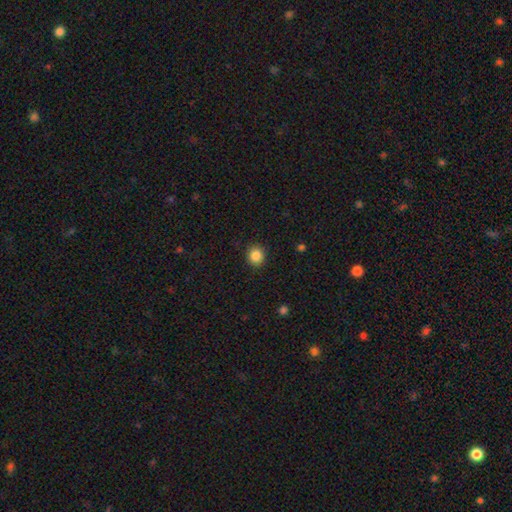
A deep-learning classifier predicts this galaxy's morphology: Smooth or featured? Predicted: smooth (p=0.86). How rounded? Predicted: round (p=0.89). Merging? Predicted: none (p=0.91).